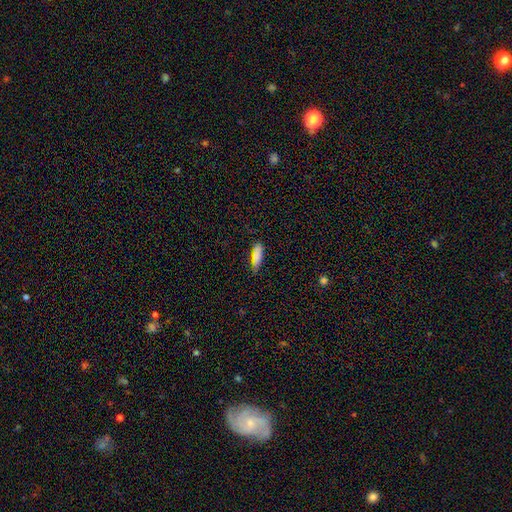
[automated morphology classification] Smooth or featured: smooth — 82% (featured or disk — 10%)
How rounded: cigar-shaped — 71% (in between — 27%)
Merging: none — 72% (minor disturbance — 22%)